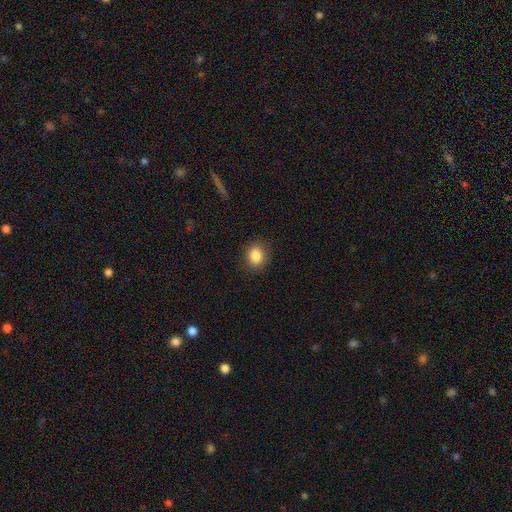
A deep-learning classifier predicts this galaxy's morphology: Overall: smooth (86%). How rounded: round (53%; in between 46%). Merging: none (85%).